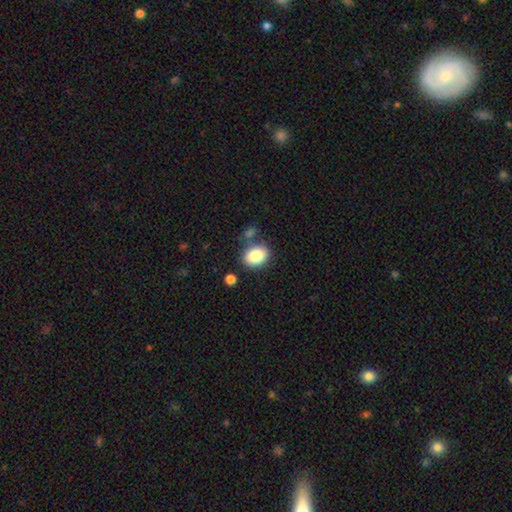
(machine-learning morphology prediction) smooth 85%, star or artifact 8%, featured or disk 7%. Down the decision tree: how rounded — in between (70%); merging — none (73%).